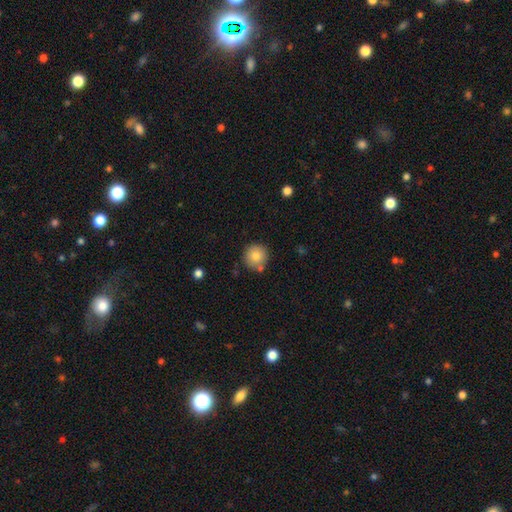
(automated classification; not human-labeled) Smooth or featured?
  - smooth: 82% *
  - star or artifact: 9%
  - featured or disk: 9%
How rounded?
  - round: 94% *
  - in between: 5%
  - cigar-shaped: 1%
Merging?
  - none: 80% *
  - minor disturbance: 10%
  - merger: 8%
  - major disturbance: 2%